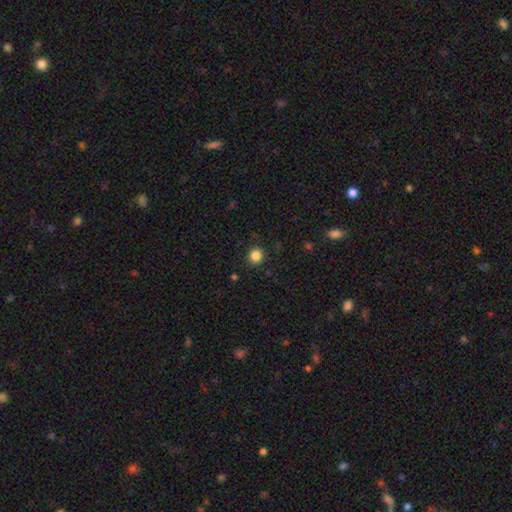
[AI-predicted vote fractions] The model was most divided on "smooth or featured": smooth: 84%, star or artifact: 12%, featured or disk: 4%. More confident: how rounded — round (92%); merging — none (91%).